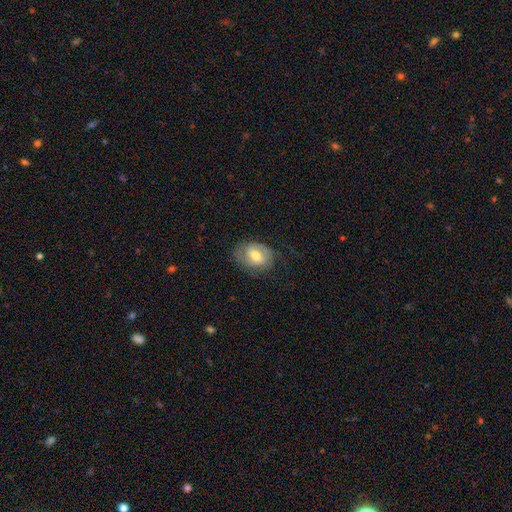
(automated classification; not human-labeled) Smooth or featured: smooth — 49% (featured or disk — 43%)
Merging: none — 63% (minor disturbance — 23%)